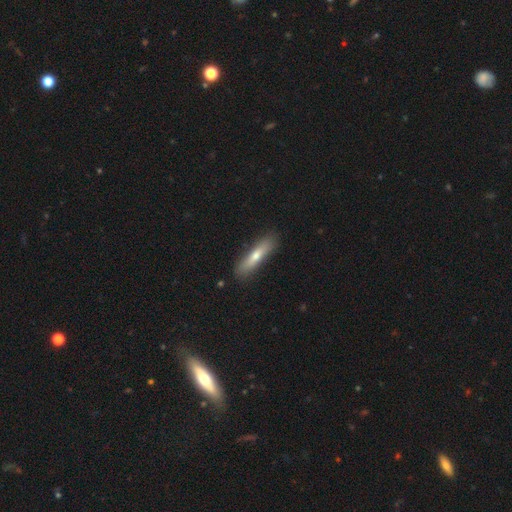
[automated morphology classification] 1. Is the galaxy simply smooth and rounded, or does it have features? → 58% smooth, 34% featured or disk, 7% star or artifact.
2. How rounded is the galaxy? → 82% cigar-shaped, 16% in between, 2% round.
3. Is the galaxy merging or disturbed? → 87% none, 10% minor disturbance, 2% major disturbance, 1% merger.